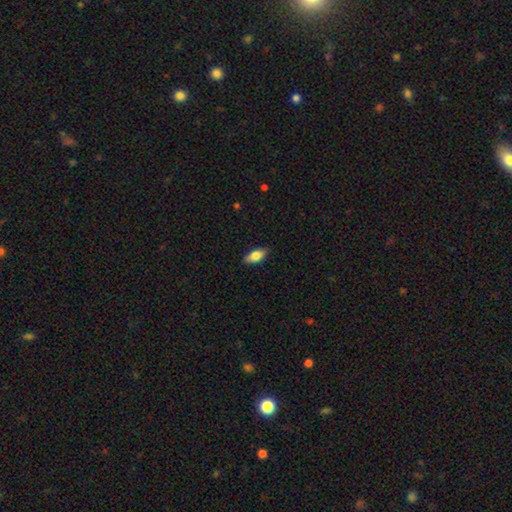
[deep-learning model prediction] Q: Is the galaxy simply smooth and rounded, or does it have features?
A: smooth — 80%.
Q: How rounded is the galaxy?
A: in between — 86%.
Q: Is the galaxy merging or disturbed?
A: none — 87%.